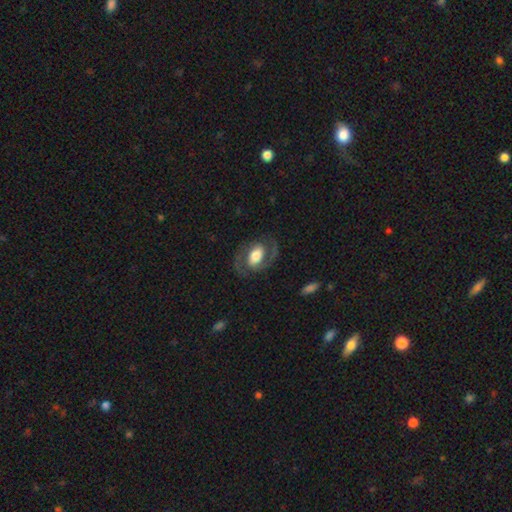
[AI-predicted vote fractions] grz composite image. It shows a featured or disk galaxy (72%) with no bar (44%), 2 (89%) medium (53%) spiral arms (84%) and a large central bulge (42%, tied with moderate). Merging: none (75%).